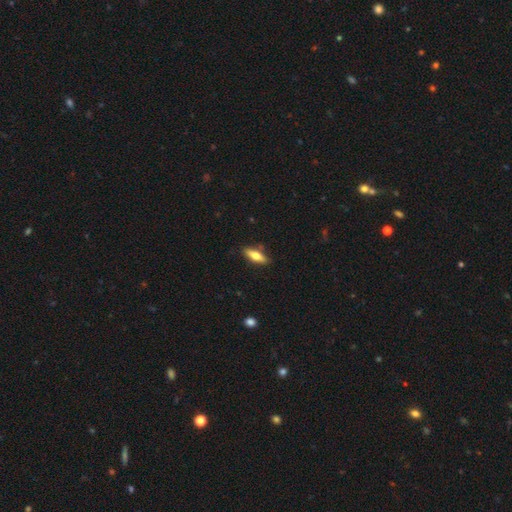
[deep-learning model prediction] Q: Smooth or featured?
A: smooth (65%); runner-up: featured or disk (29%)
Q: How rounded?
A: in between (56%); runner-up: cigar-shaped (41%)
Q: Merging?
A: none (84%); runner-up: minor disturbance (11%)